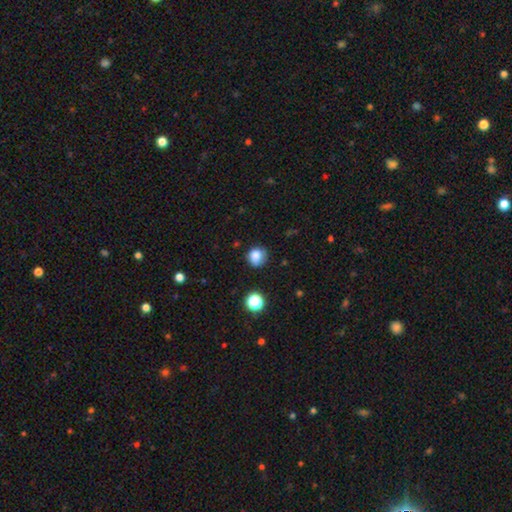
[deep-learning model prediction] A smooth galaxy with no disk features (81%) that is round (83%).

Vote fractions:
- Smooth or featured? smooth: 81% / star or artifact: 12% / featured or disk: 7%
- How rounded? round: 83% / in between: 16% / cigar-shaped: 1%
- Merging? none: 68% / minor disturbance: 22% / major disturbance: 7% / merger: 3%